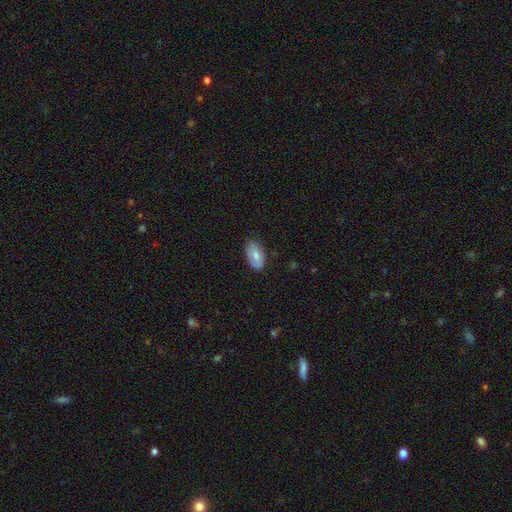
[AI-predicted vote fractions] A smooth galaxy with no disk features (69%) that is in between round and cigar-shaped (94%). Merging: none (76%).